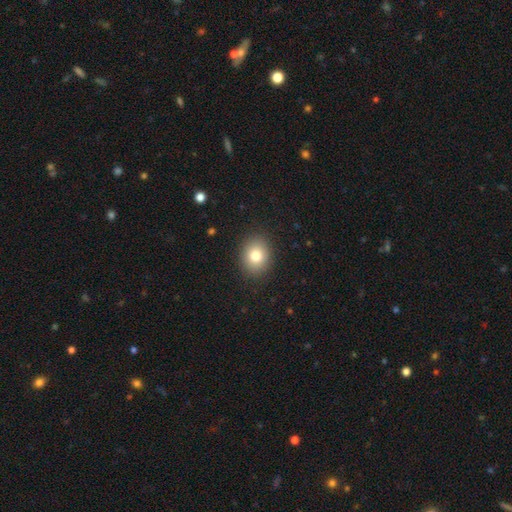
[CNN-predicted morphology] Smooth or featured?
  - smooth: 80% *
  - star or artifact: 11%
  - featured or disk: 9%
How rounded?
  - round: 58% *
  - in between: 42%
  - cigar-shaped: 1%
Merging?
  - none: 89% *
  - minor disturbance: 7%
  - major disturbance: 2%
  - merger: 1%